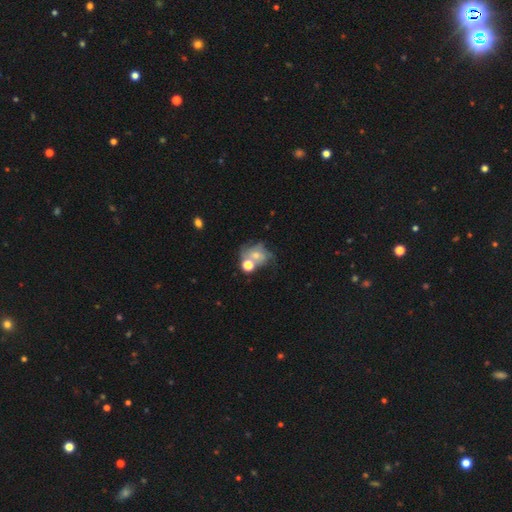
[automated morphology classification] smooth-or-featured: featured or disk: 49% | smooth: 37% | star or artifact: 14%
  merging: none: 33% | merger: 29% | major disturbance: 20% | minor disturbance: 18%